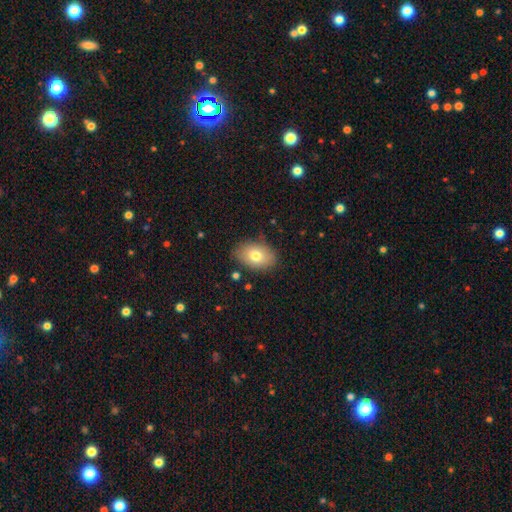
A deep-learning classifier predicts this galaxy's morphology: type=smooth (76%); roundness=in between (86%); merging=none (82%).